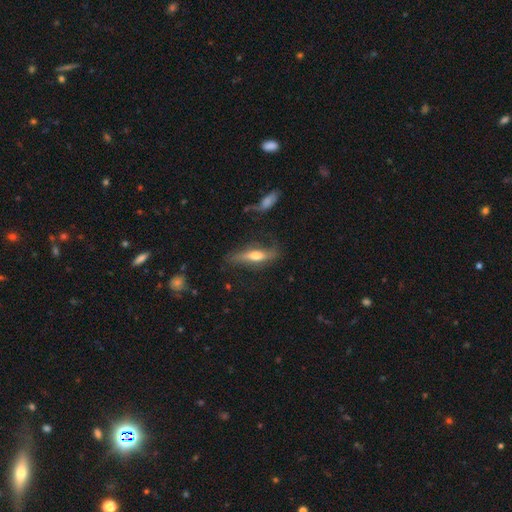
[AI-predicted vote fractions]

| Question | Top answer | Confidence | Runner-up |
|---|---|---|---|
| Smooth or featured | featured or disk | 53% | smooth (40%) |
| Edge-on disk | yes | 74% | no (26%) |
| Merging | none | 58% | minor disturbance (25%) |